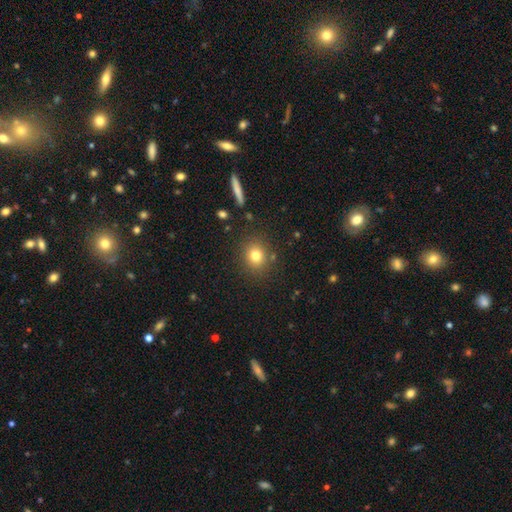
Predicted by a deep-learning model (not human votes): A smooth galaxy with no disk features (78%) that is round (77%). Merging: none (86%).